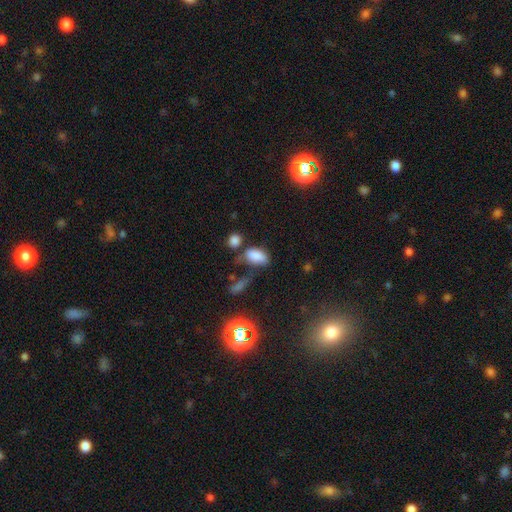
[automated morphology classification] A smooth galaxy with no disk features (81%) that is in between round and cigar-shaped (91%). Merging: none (46%).